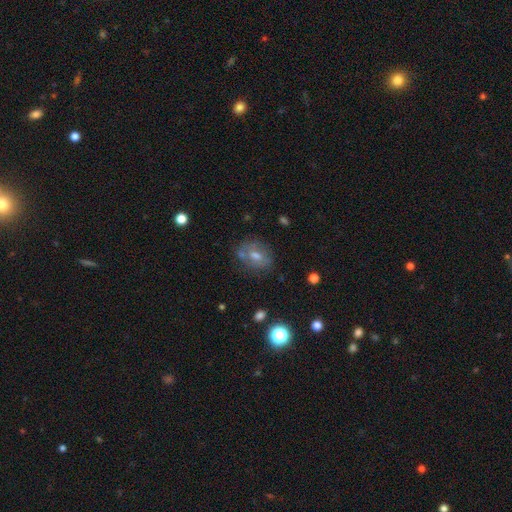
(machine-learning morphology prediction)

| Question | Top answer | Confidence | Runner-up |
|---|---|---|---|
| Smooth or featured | smooth | 53% | featured or disk (34%) |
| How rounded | in between | 67% | round (31%) |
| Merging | none | 61% | minor disturbance (21%) |